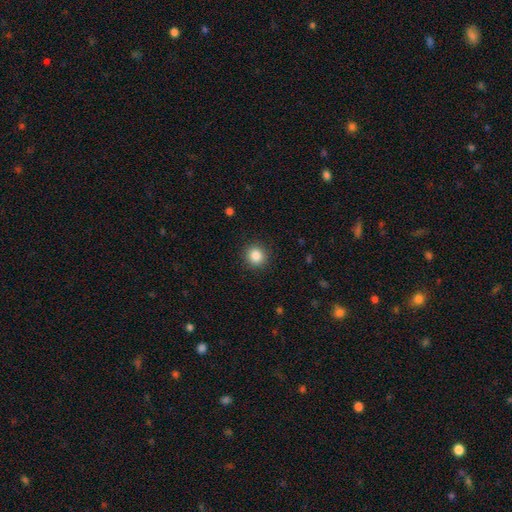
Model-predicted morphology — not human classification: This is clearly a smooth galaxy (85%). How rounded: clearly round (91%). Merging: clearly none (91%).